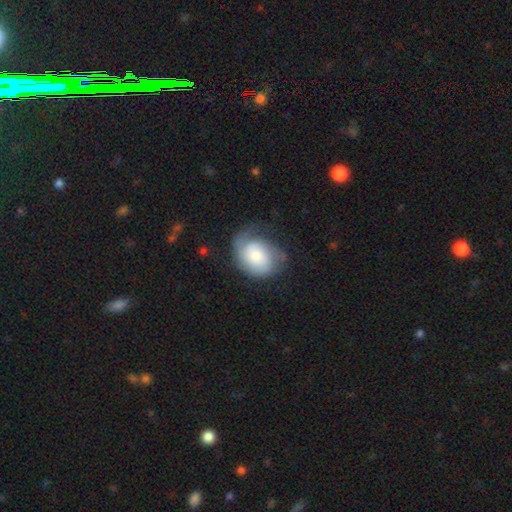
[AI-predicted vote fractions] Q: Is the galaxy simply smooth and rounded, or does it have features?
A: featured or disk — 49%.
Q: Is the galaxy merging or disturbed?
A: none — 45%.